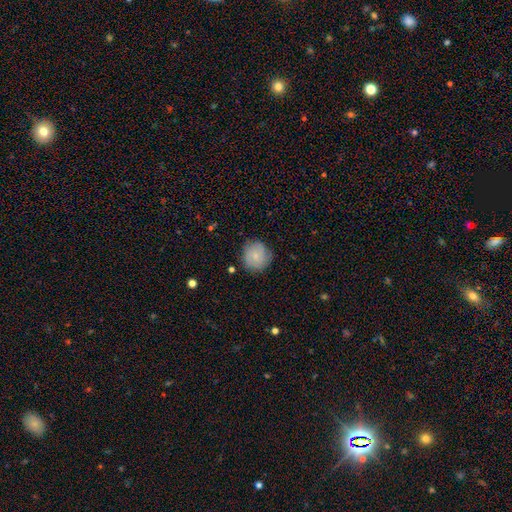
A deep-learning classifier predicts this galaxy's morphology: Smooth or featured? smooth (74%)
How rounded? round (91%)
Merging? none (78%)